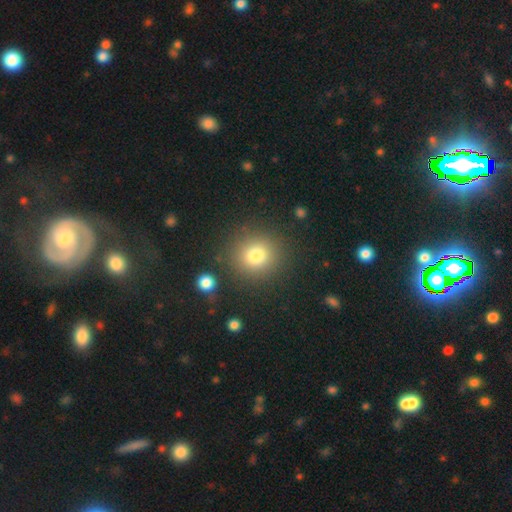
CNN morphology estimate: Overall: smooth (79%). How rounded: round (88%). Merging: none (86%).